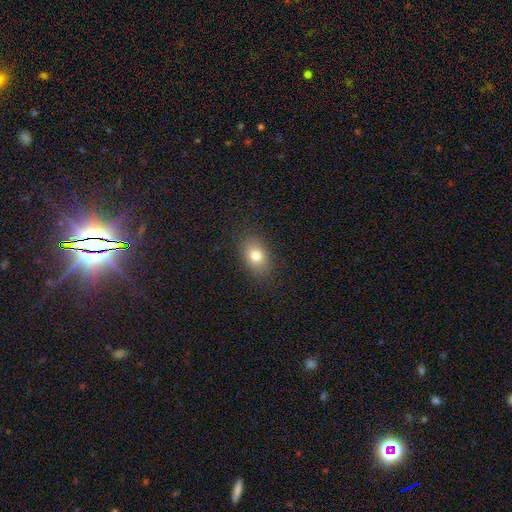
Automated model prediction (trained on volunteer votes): smooth_or_featured: smooth (p=0.78) [alt: star or artifact p=0.12]
how_rounded: in between (p=0.74) [alt: round p=0.24]
merging: none (p=0.87) [alt: minor disturbance p=0.09]